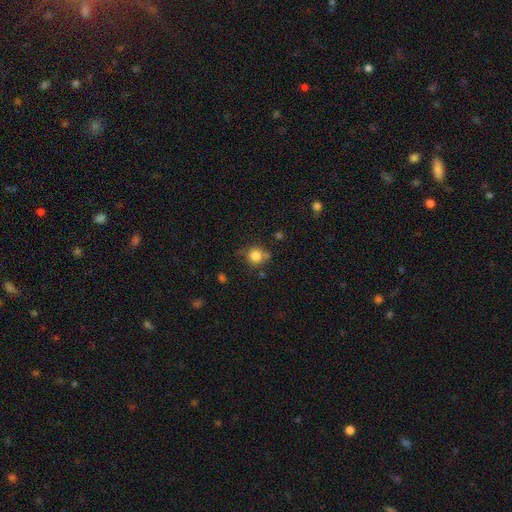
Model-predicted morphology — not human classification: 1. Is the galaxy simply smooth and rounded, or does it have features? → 82% smooth, 11% star or artifact, 7% featured or disk.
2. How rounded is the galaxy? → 90% round, 9% in between, 1% cigar-shaped.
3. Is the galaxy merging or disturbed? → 71% none, 15% minor disturbance, 10% merger, 4% major disturbance.